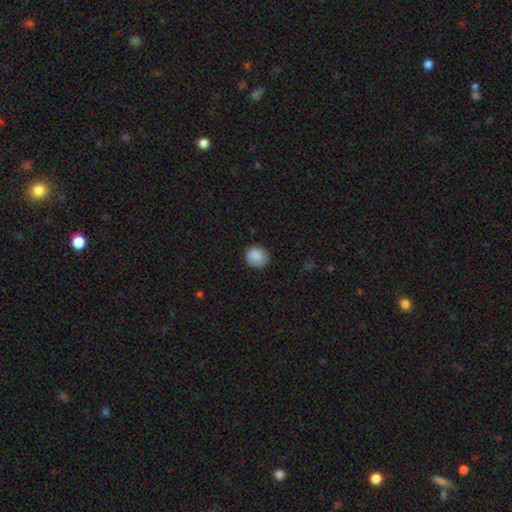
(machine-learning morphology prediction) type=smooth (87%); roundness=round (83%); merging=none (83%).